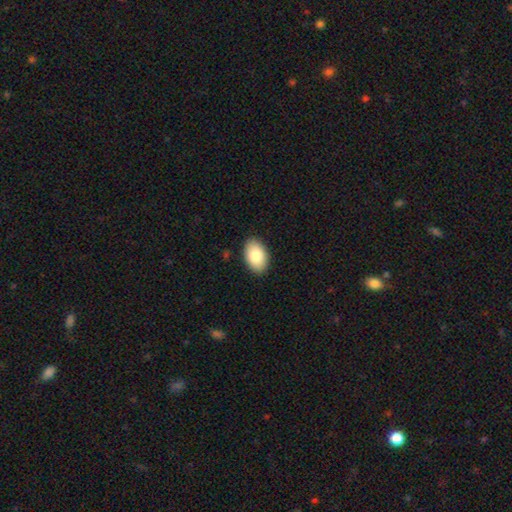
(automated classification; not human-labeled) smooth 83%, featured or disk 11%, star or artifact 7%. Down the decision tree: how rounded — in between (92%); merging — none (89%).